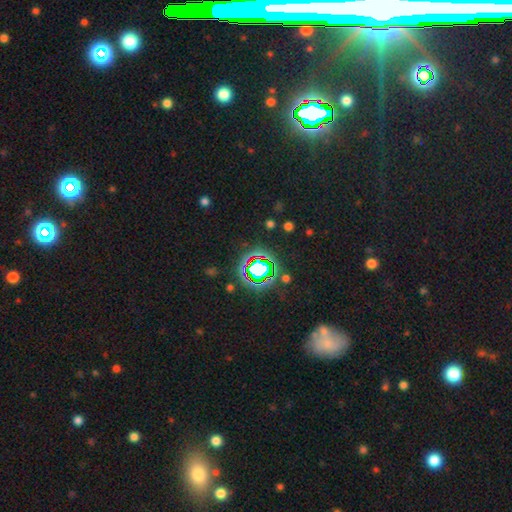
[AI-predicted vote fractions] This appears to be a star or artifact, not a galaxy (77%).